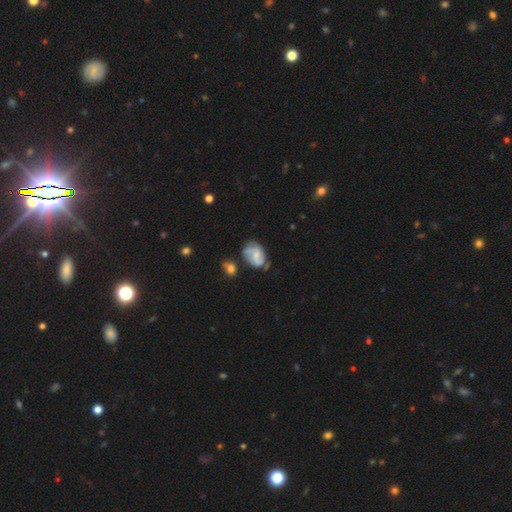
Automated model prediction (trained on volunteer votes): smooth-or-featured: featured or disk: 65% | smooth: 28% | star or artifact: 7%
  disk-edge-on: no: 97% | yes: 3%
    bar: no: 48% | weak: 43% | strong: 9%
    has-spiral-arms: yes: 87% | no: 13%
      spiral-winding: medium: 45% | tight: 33% | loose: 22%
      spiral-arm-count: 2: 61% | can't tell: 19% | 3: 12% | 1: 4% | 4: 2% | more than 4: 2%
    bulge-size: small: 49% | moderate: 32% | none: 15% | large: 3% | dominant: 1%
  merging: none: 52% | minor disturbance: 27% | major disturbance: 12% | merger: 9%